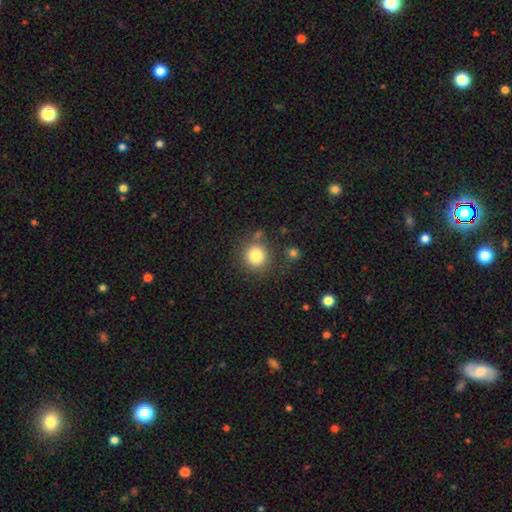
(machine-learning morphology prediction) smooth_or_featured: smooth (p=0.82) [alt: star or artifact p=0.11]
how_rounded: round (p=0.92) [alt: in between p=0.07]
merging: none (p=0.79) [alt: minor disturbance p=0.10]